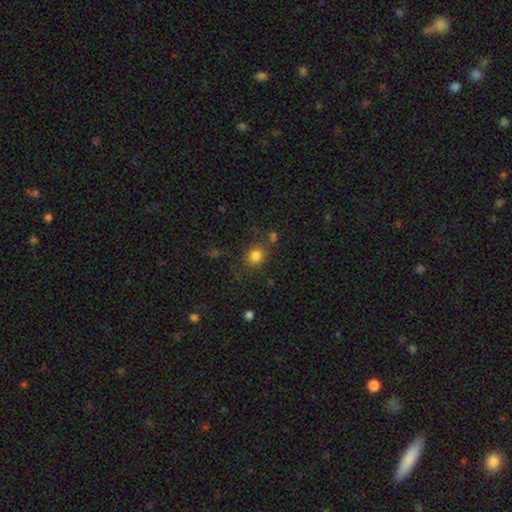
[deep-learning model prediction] Smooth or featured?
  - smooth: 82% *
  - star or artifact: 12%
  - featured or disk: 6%
How rounded?
  - round: 76% *
  - in between: 23%
  - cigar-shaped: 1%
Merging?
  - none: 72% *
  - minor disturbance: 14%
  - merger: 8%
  - major disturbance: 7%